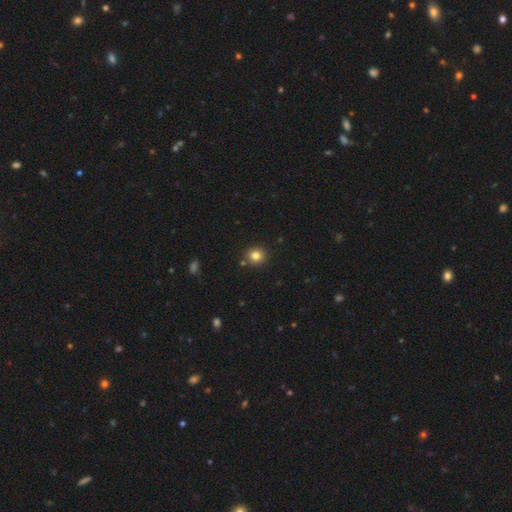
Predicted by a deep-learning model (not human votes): Smooth or featured? Predicted: smooth (p=0.80). How rounded? Predicted: round (p=0.89). Merging? Predicted: none (p=0.87).